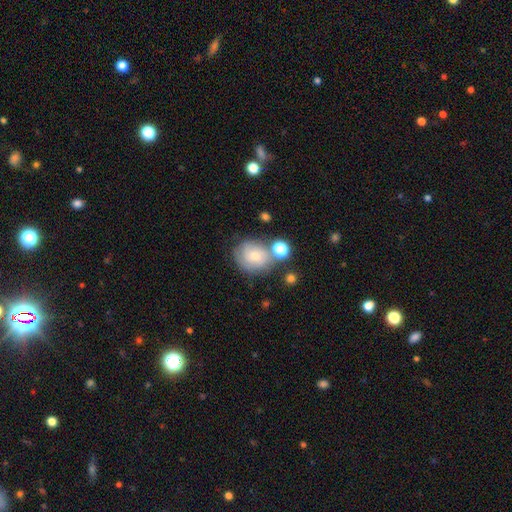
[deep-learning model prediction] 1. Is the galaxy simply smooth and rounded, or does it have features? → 51% smooth, 38% featured or disk, 11% star or artifact.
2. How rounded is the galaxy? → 72% round, 27% in between, 1% cigar-shaped.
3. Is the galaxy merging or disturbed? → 57% none, 20% minor disturbance, 15% merger, 9% major disturbance.